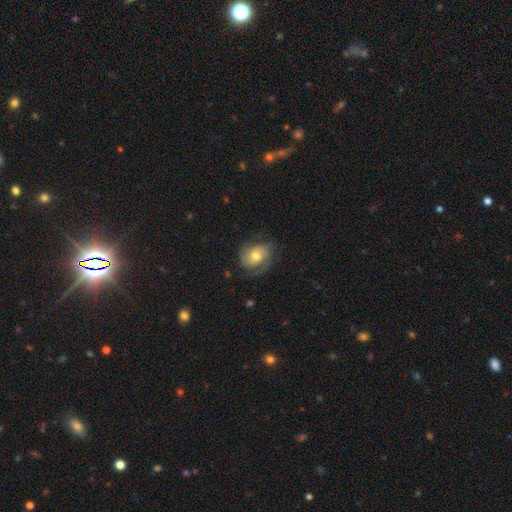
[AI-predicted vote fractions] featured or disk 53%, smooth 40%, star or artifact 7%. Down the decision tree: edge-on disk — no (96%); bar — no (74%); spiral arms — yes (79%); bulge size — moderate (71%); merging — none (58%).